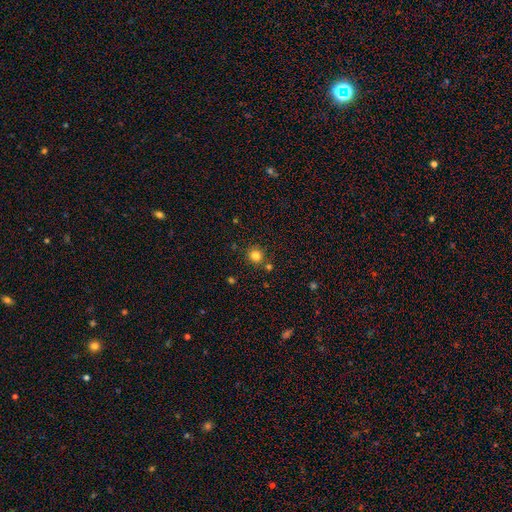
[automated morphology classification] A smooth galaxy with no disk features (81%) that is round (93%). Merging: none (84%).